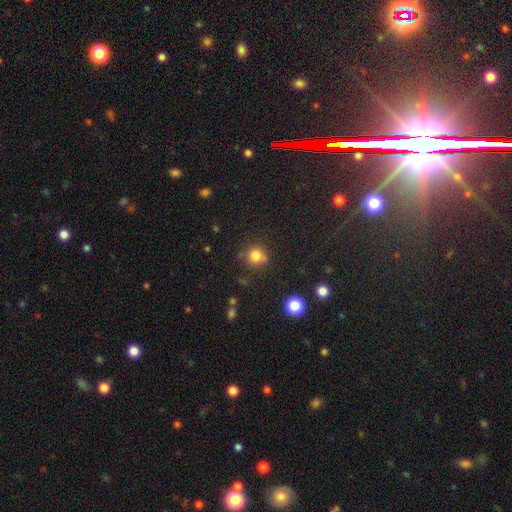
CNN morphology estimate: Q: Smooth or featured?
A: smooth (81%); runner-up: star or artifact (13%)
Q: How rounded?
A: round (88%); runner-up: in between (11%)
Q: Merging?
A: none (74%); runner-up: minor disturbance (15%)